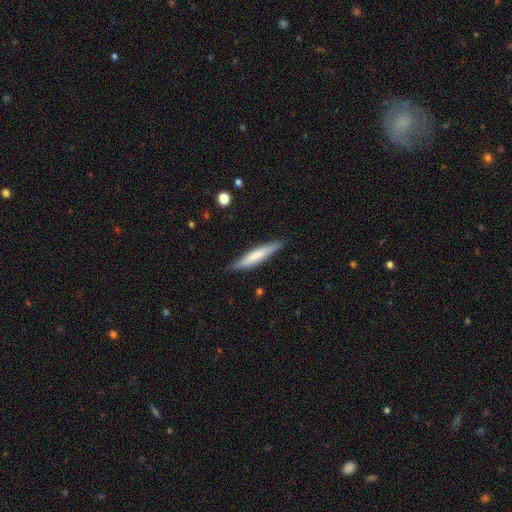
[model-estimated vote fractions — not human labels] Q: Smooth or featured?
A: smooth (66%); runner-up: featured or disk (29%)
Q: How rounded?
A: cigar-shaped (91%); runner-up: in between (8%)
Q: Merging?
A: none (86%); runner-up: minor disturbance (11%)